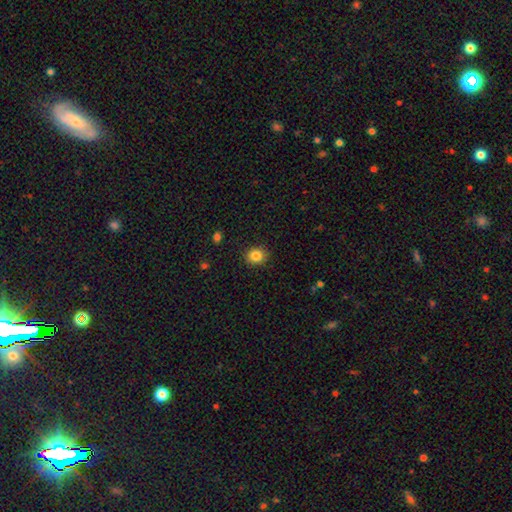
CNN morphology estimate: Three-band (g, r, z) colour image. It shows a smooth galaxy with no disk features (84%) that is round (78%). Merging: none (90%).